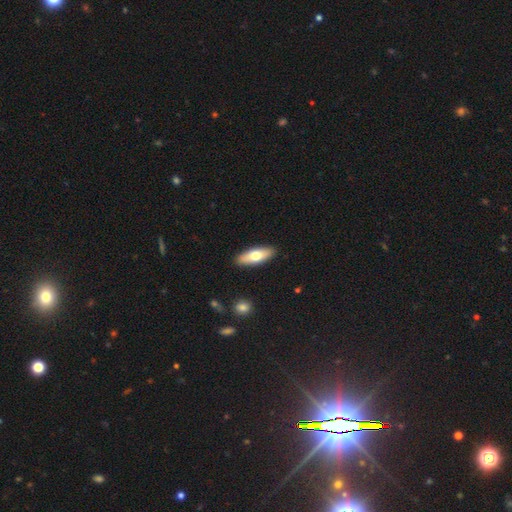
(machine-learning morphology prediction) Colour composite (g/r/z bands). It shows a smooth galaxy with no disk features (66%) that is in between round and cigar-shaped (64%). Merging: none (89%).